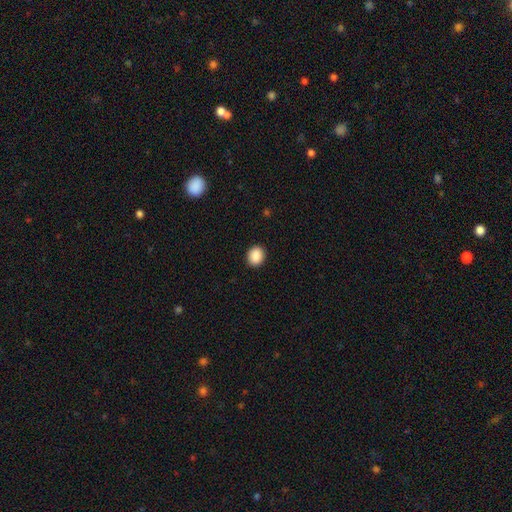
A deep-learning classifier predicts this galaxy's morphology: Smooth or featured: smooth — 89% (star or artifact — 8%)
How rounded: round — 66% (in between — 33%)
Merging: none — 91% (minor disturbance — 6%)